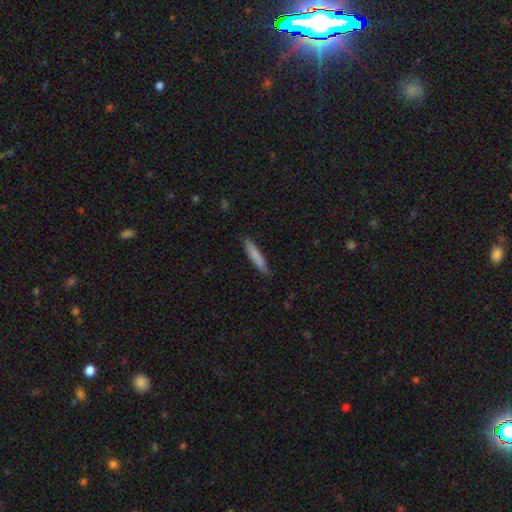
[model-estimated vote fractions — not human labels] This appears to be a smooth galaxy with no disk features (79%) that is cigar-shaped (91%). Merging: none (86%).